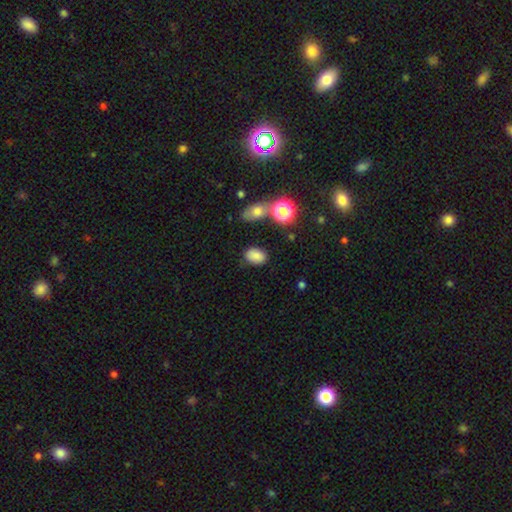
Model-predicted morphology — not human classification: smooth-or-featured: smooth: 83% | star or artifact: 12% | featured or disk: 6%
  how-rounded: in between: 82% | round: 16% | cigar-shaped: 1%
  merging: none: 78% | minor disturbance: 14% | merger: 5% | major disturbance: 4%